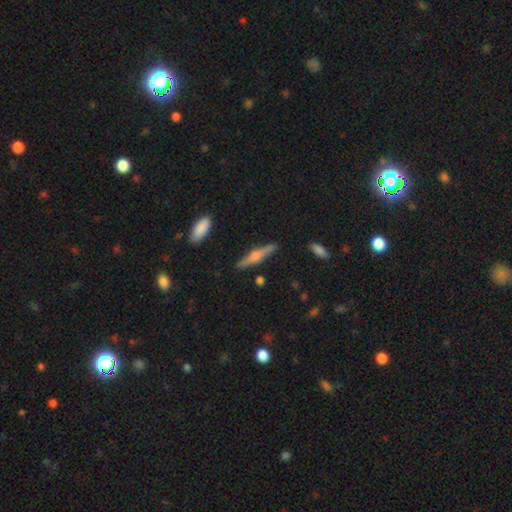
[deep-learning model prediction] Overall: featured or disk (68%). Edge-on disk: yes (97%). Edge-on bulge: rounded (86%). Merging: none (88%).